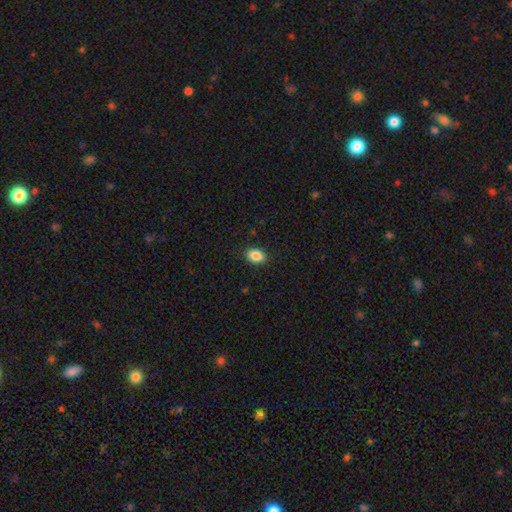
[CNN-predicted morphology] Smooth or featured?
  - smooth: 88% *
  - star or artifact: 8%
  - featured or disk: 4%
How rounded?
  - in between: 80% *
  - round: 18%
  - cigar-shaped: 1%
Merging?
  - none: 89% *
  - minor disturbance: 8%
  - major disturbance: 2%
  - merger: 1%